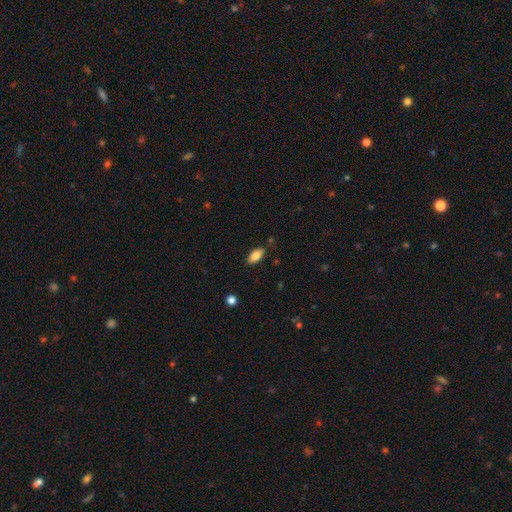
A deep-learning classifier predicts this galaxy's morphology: This appears to be a smooth galaxy with no disk features (83%) that is in between round and cigar-shaped (91%). Merging: none (84%).